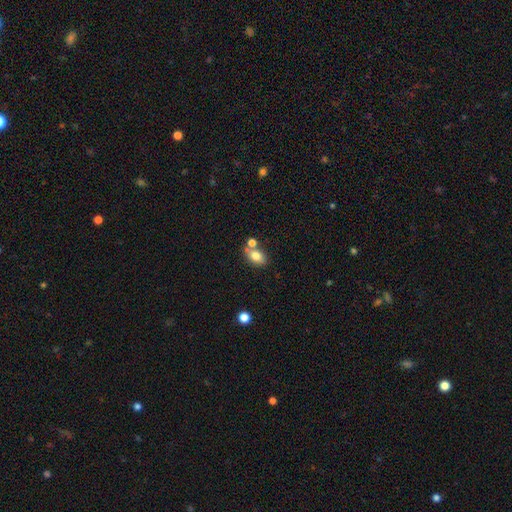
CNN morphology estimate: smooth-or-featured: smooth: 78% | featured or disk: 12% | star or artifact: 10%
  how-rounded: in between: 79% | round: 19% | cigar-shaped: 2%
  merging: none: 57% | merger: 27% | minor disturbance: 13% | major disturbance: 4%